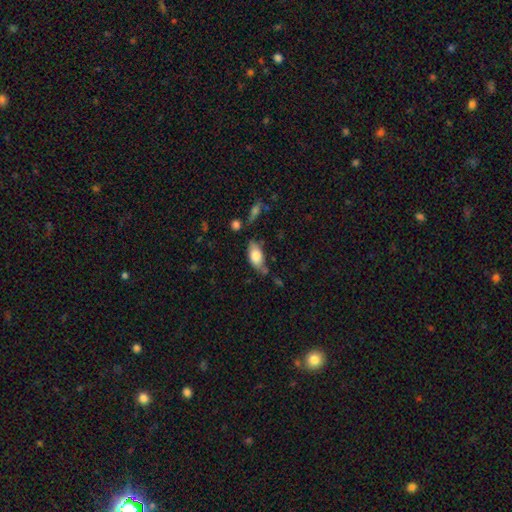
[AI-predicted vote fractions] Overall: smooth (79%). How rounded: in between (90%). Merging: none (59%; minor disturbance 25%).